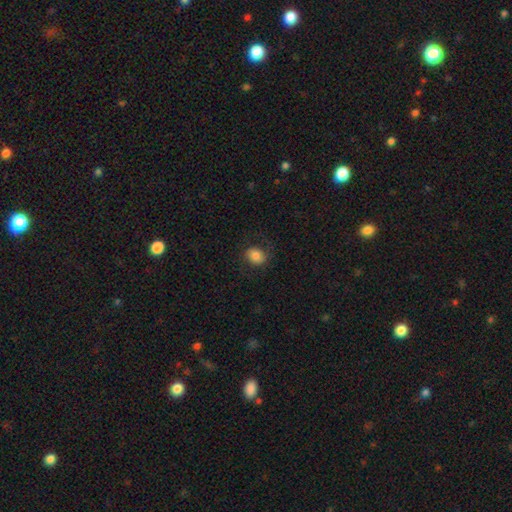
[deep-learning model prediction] The model was most divided on "how rounded": round: 56%, in between: 43%, cigar-shaped: 1%. More confident: smooth or featured — smooth (74%); merging — none (73%).